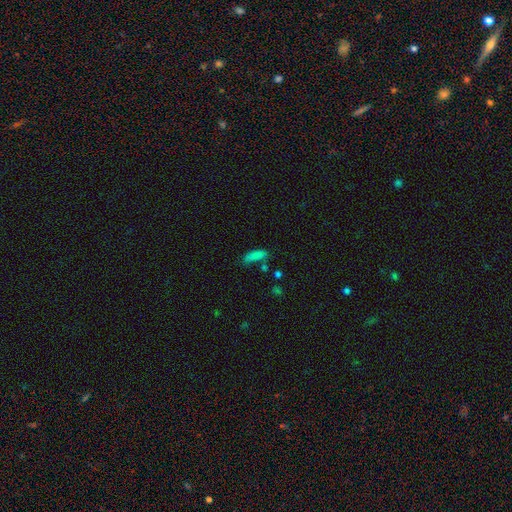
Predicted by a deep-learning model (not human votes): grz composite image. It shows a smooth galaxy with no disk features (80%) that is cigar-shaped (49%). Merging: none (63%).